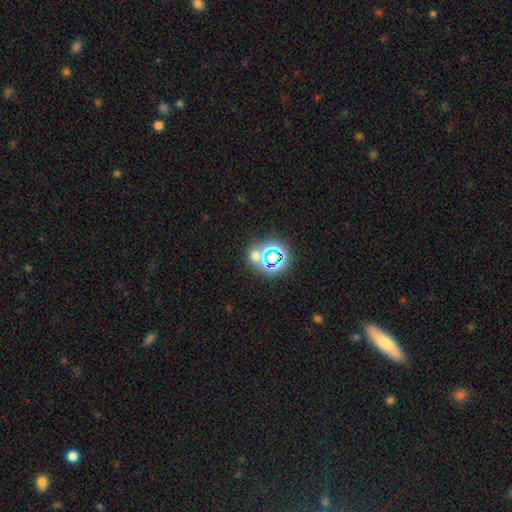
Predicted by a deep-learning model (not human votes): A star or artifact, not a galaxy (51%).